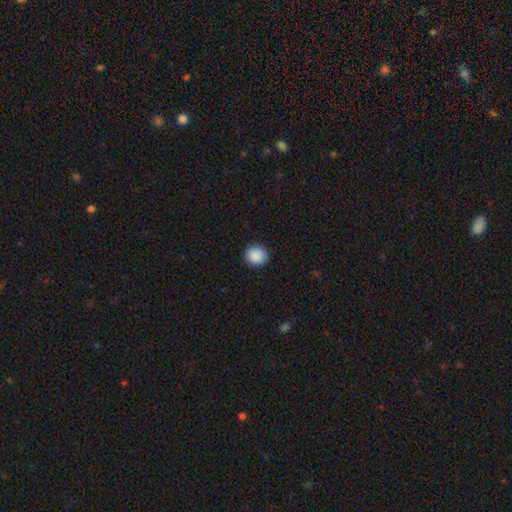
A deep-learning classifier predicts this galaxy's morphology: type=smooth (90%); roundness=round (84%); merging=none (90%).